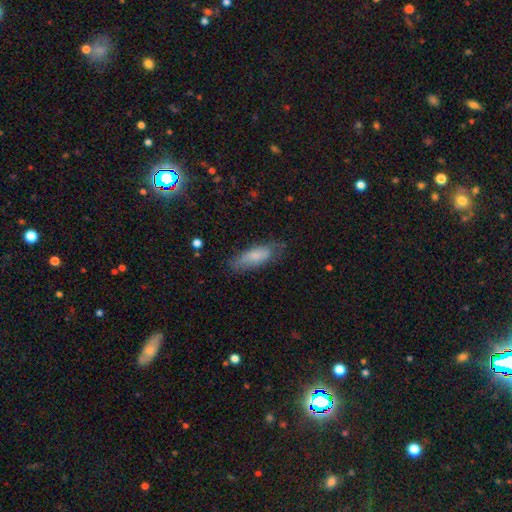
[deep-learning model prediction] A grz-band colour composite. It shows a smooth galaxy with no disk features (73%) that is in between round and cigar-shaped (63%). Merging: none (67%).